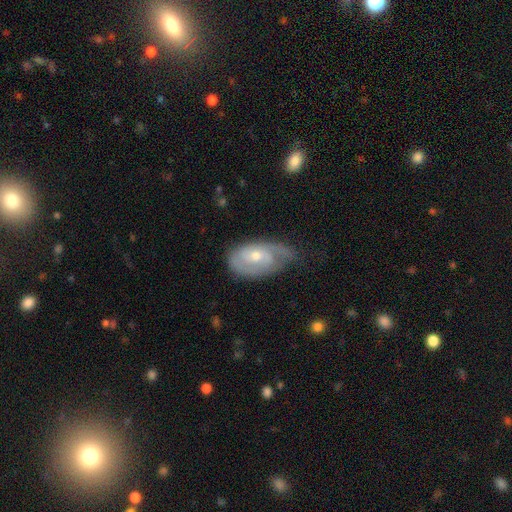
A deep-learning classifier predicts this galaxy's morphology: This is likely a featured or disk galaxy (73%). It is clearly not viewed edge-on (95%). Bar: likely no (61%). Spiral arm pattern: clearly yes (88%). Spiral arm count: possibly 2 (51%). Spiral winding: possibly tight (50%). Central bulge: possibly moderate (51%). Merging: possibly none (55%).